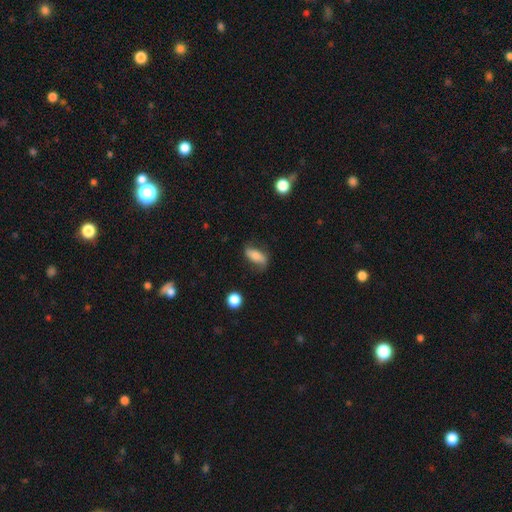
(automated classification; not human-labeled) smooth-or-featured: smooth: 61% | featured or disk: 31% | star or artifact: 8%
  how-rounded: in between: 76% | cigar-shaped: 19% | round: 5%
  merging: none: 65% | minor disturbance: 24% | major disturbance: 9% | merger: 2%